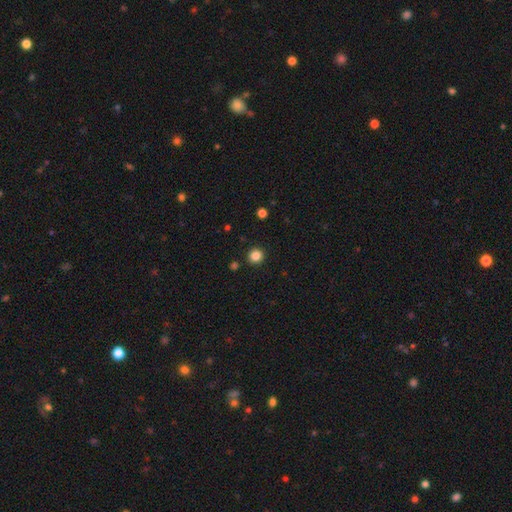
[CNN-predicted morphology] Overall: smooth (84%). How rounded: round (92%). Merging: none (92%).